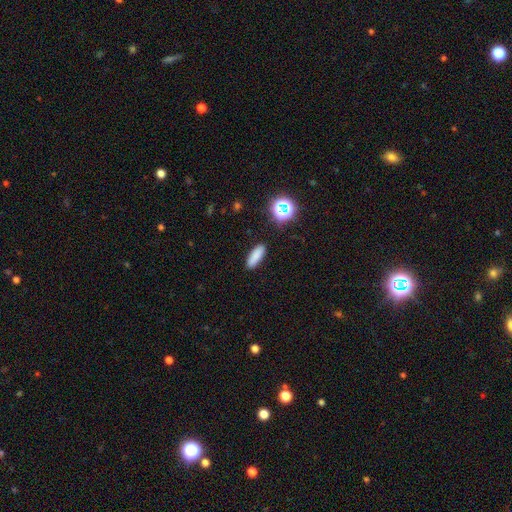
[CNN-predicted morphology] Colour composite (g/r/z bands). It shows a smooth galaxy with no disk features (83%) that is in between round and cigar-shaped (60%). Merging: none (89%).